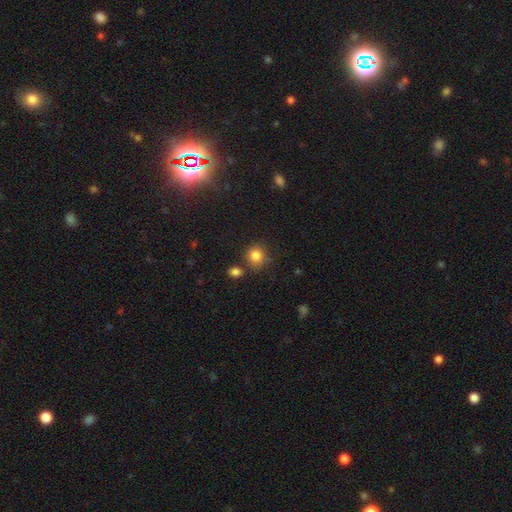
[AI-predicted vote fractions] Smooth or featured? Predicted: smooth (p=0.83). How rounded? Predicted: round (p=0.83). Merging? Predicted: none (p=0.71).